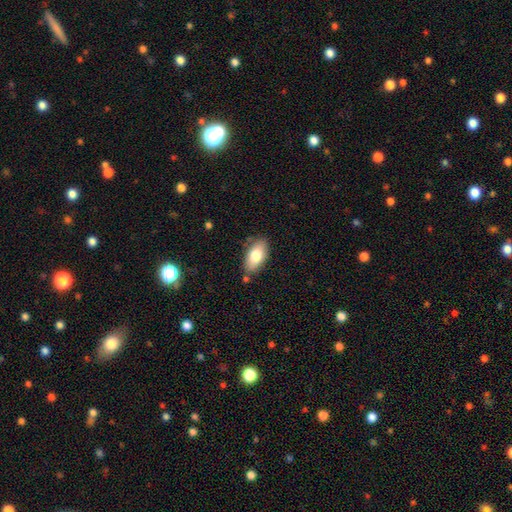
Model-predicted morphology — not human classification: A smooth galaxy with no disk features (78%) that is in between round and cigar-shaped (93%).

Vote fractions:
- Smooth or featured? smooth: 78% / featured or disk: 16% / star or artifact: 7%
- How rounded? in between: 93% / cigar-shaped: 4% / round: 3%
- Merging? none: 79% / minor disturbance: 14% / merger: 3% / major disturbance: 3%